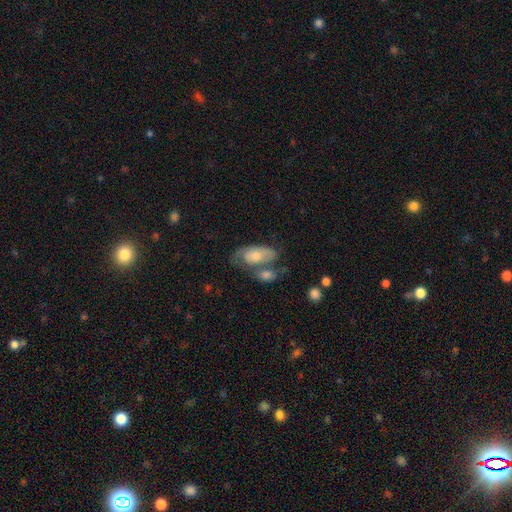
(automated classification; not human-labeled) smooth_or_featured: smooth (p=0.48) [alt: featured or disk p=0.45]
merging: merger (p=0.37) [alt: none p=0.33]